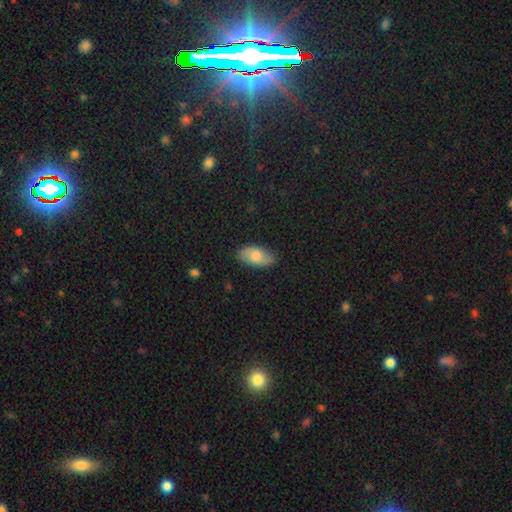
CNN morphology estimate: smooth 71%, featured or disk 23%, star or artifact 7%. Down the decision tree: how rounded — in between (93%); merging — none (82%).